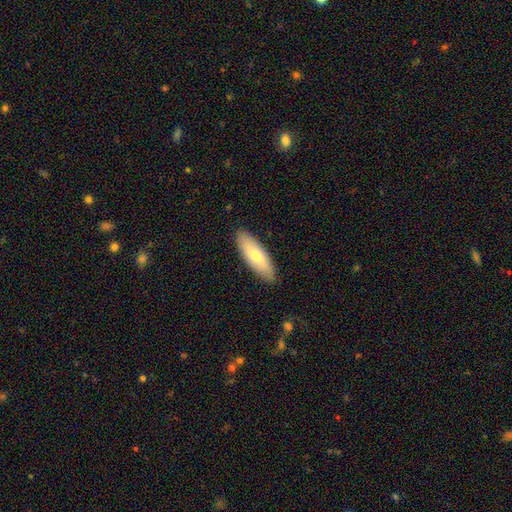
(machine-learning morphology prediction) Smooth or featured? Predicted: smooth (p=0.73). How rounded? Predicted: in between (p=0.56). Merging? Predicted: none (p=0.88).